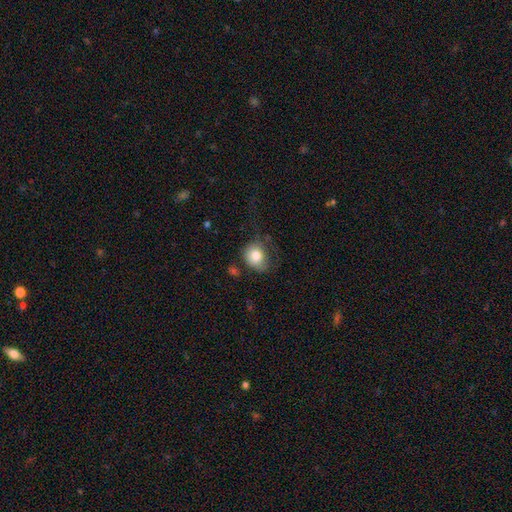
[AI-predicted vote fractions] smooth_or_featured: smooth (p=0.79) [alt: featured or disk p=0.12]
how_rounded: round (p=0.62) [alt: in between p=0.37]
merging: none (p=0.48) [alt: minor disturbance p=0.30]